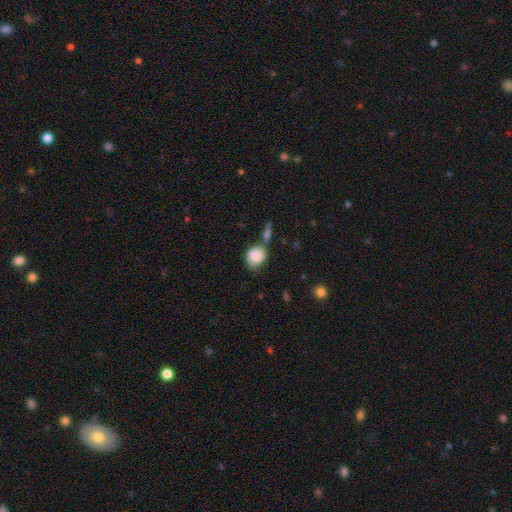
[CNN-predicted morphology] Q: Smooth or featured?
A: smooth (79%); runner-up: featured or disk (13%)
Q: How rounded?
A: round (58%); runner-up: in between (40%)
Q: Merging?
A: none (46%); runner-up: minor disturbance (26%)